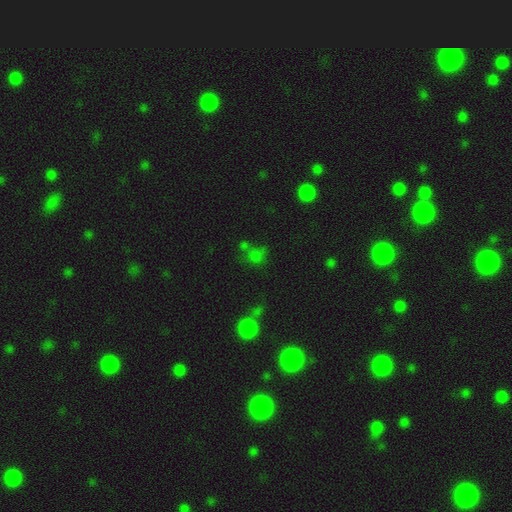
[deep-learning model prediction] A smooth galaxy with no disk features (59%) that is round (73%). Merging: none (47%).